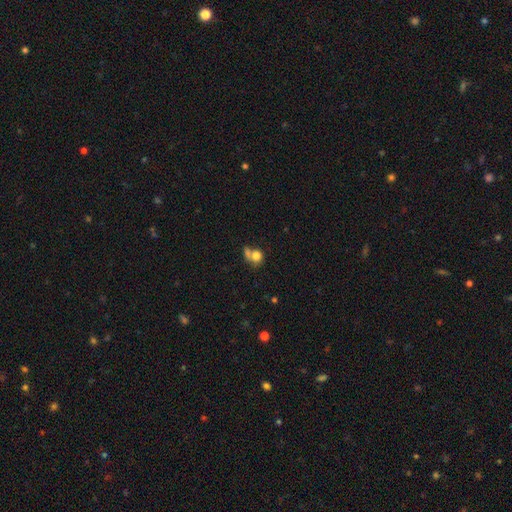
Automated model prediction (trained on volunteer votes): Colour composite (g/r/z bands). It shows a smooth galaxy with no disk features (77%) that is round (77%). Merging: merger (44%).